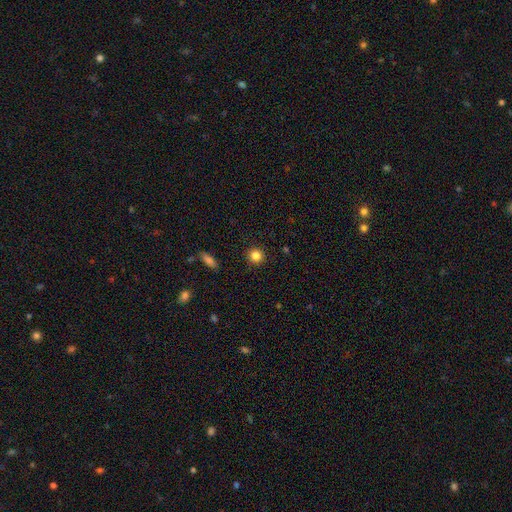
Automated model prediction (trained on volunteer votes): smooth 83%, star or artifact 12%, featured or disk 5%. Down the decision tree: how rounded — round (93%); merging — none (92%).